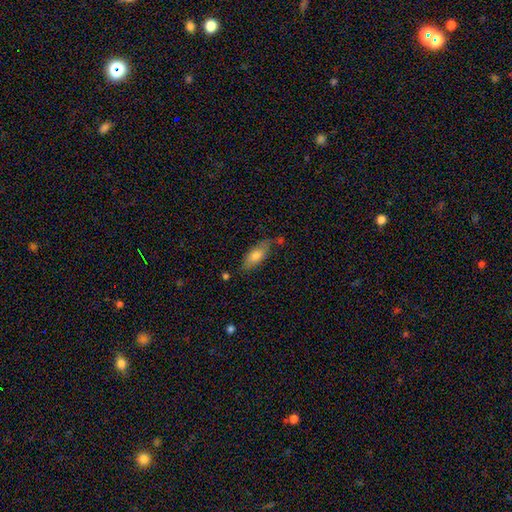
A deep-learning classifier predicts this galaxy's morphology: Q: Smooth or featured?
A: smooth (73%); runner-up: featured or disk (20%)
Q: How rounded?
A: in between (77%); runner-up: cigar-shaped (21%)
Q: Merging?
A: none (65%); runner-up: minor disturbance (23%)